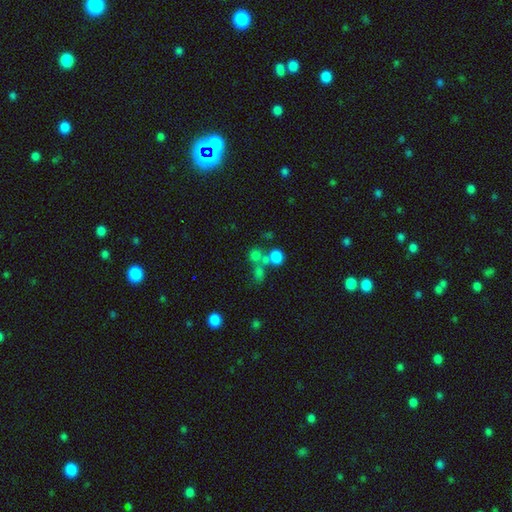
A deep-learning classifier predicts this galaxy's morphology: This appears to be a smooth galaxy with no disk features (67%) that is round (78%). Merging: none (44%).